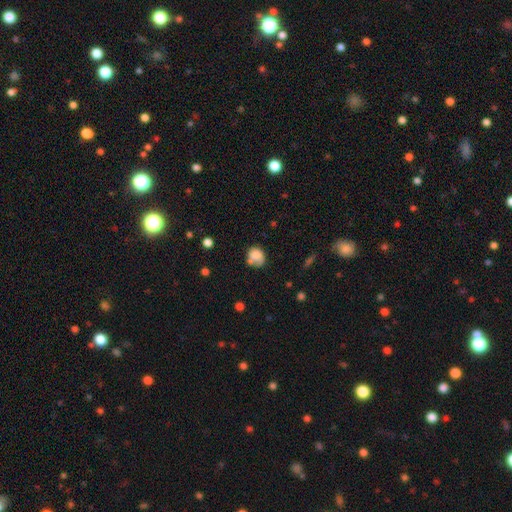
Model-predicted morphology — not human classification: smooth_or_featured: smooth (p=0.78) [alt: featured or disk p=0.13]
how_rounded: round (p=0.69) [alt: in between p=0.30]
merging: none (p=0.46) [alt: minor disturbance p=0.25]